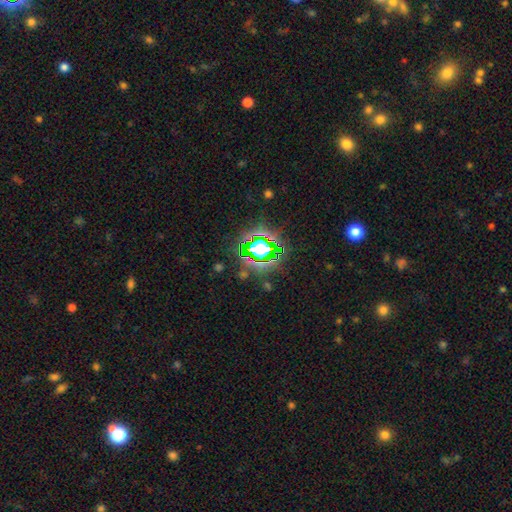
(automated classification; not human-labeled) Overall: star or artifact (72%).